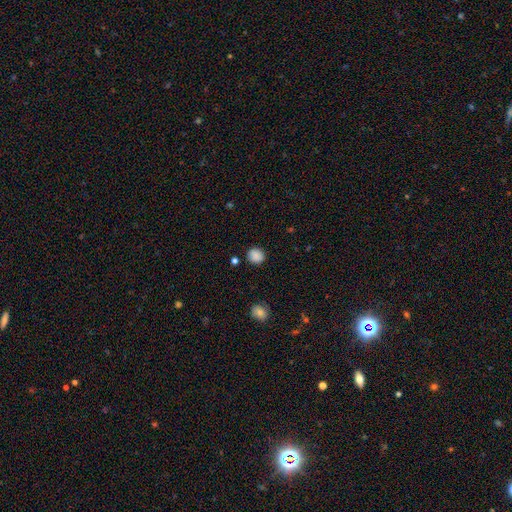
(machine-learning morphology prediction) Q: Smooth or featured?
A: smooth (86%); runner-up: star or artifact (10%)
Q: How rounded?
A: round (79%); runner-up: in between (20%)
Q: Merging?
A: none (84%); runner-up: minor disturbance (11%)